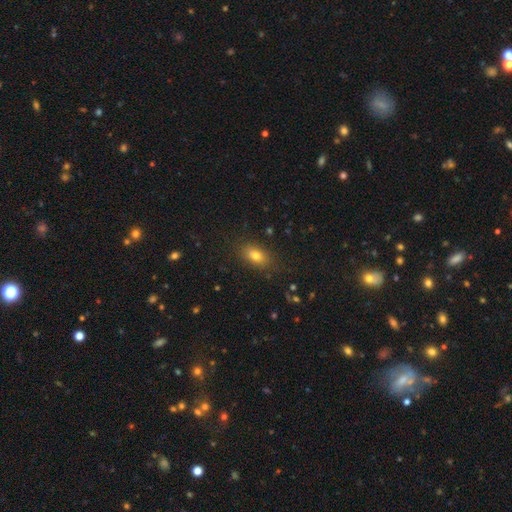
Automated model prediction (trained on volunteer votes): Smooth or featured?
  - smooth: 77% *
  - star or artifact: 12%
  - featured or disk: 11%
How rounded?
  - in between: 84% *
  - round: 11%
  - cigar-shaped: 5%
Merging?
  - none: 84% *
  - minor disturbance: 11%
  - major disturbance: 3%
  - merger: 1%